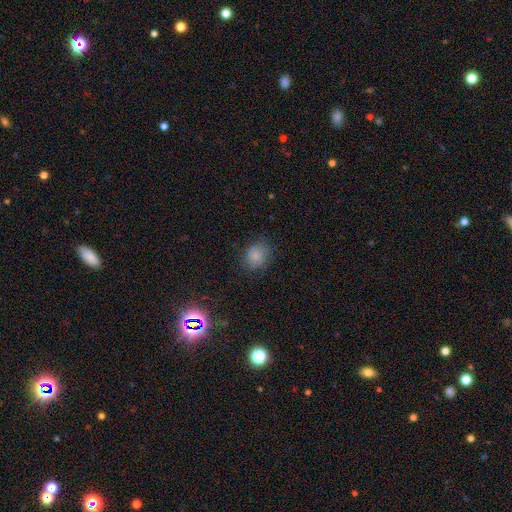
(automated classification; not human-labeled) Smooth or featured?
  - smooth: 78% *
  - star or artifact: 12%
  - featured or disk: 10%
How rounded?
  - round: 69% *
  - in between: 30%
  - cigar-shaped: 1%
Merging?
  - none: 72% *
  - minor disturbance: 20%
  - major disturbance: 7%
  - merger: 1%